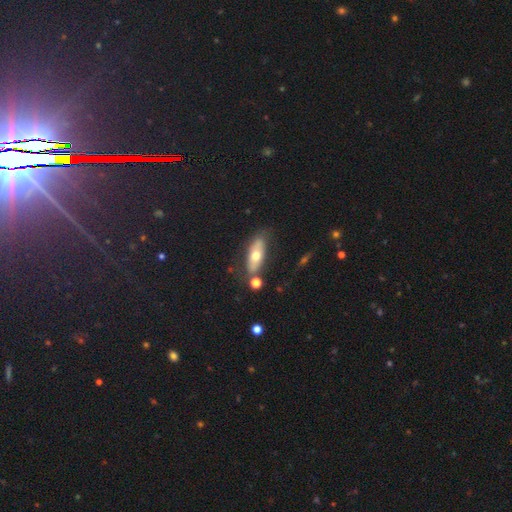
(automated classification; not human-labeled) This appears to be a smooth galaxy with no disk features (57%) that is in between round and cigar-shaped (71%). Merging: none (70%).